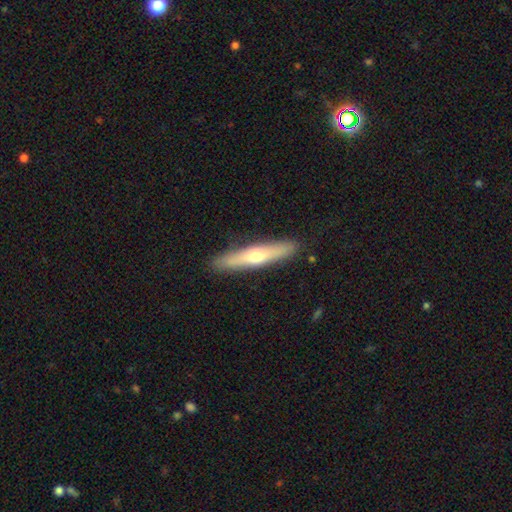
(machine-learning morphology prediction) Smooth or featured: smooth — 49% (featured or disk — 46%)
Merging: none — 90% (minor disturbance — 7%)